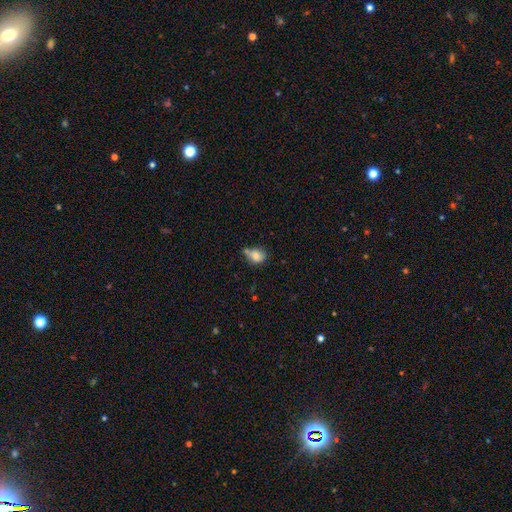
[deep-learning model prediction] This is likely a smooth galaxy (77%). How rounded: likely in between (60%). Merging: marginally none (39%).